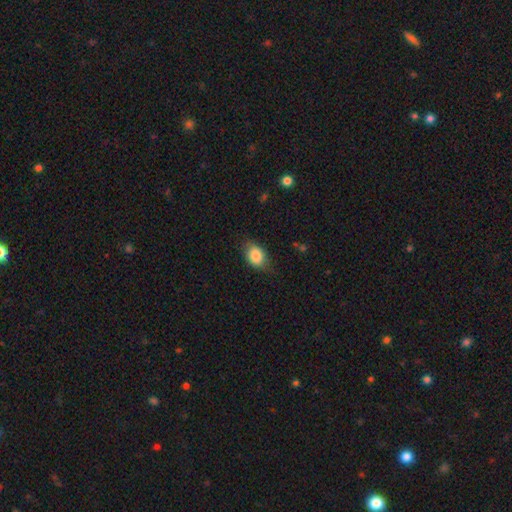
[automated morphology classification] This is clearly a smooth galaxy (84%). How rounded: likely in between (76%). Merging: likely none (71%).